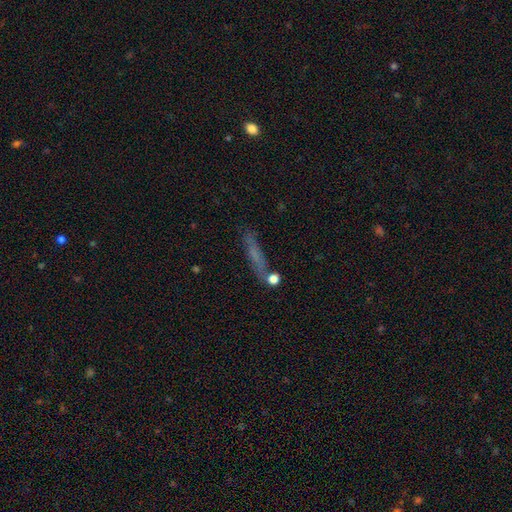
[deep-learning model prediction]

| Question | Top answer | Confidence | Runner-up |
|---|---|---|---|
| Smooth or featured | smooth | 53% | featured or disk (31%) |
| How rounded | cigar-shaped | 87% | in between (9%) |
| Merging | none | 74% | minor disturbance (14%) |